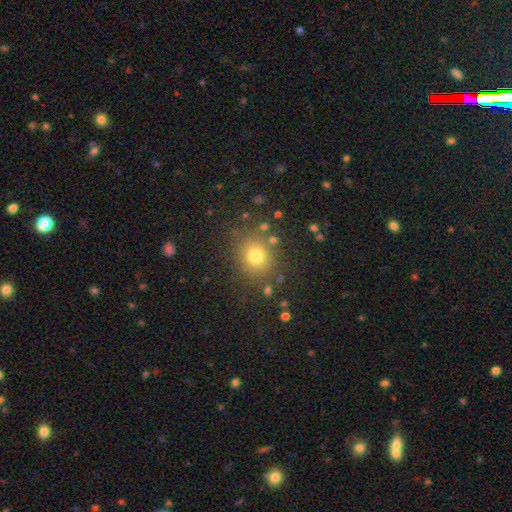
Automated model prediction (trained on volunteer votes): A smooth galaxy with no disk features (76%) that is round (80%). Merging: none (84%).